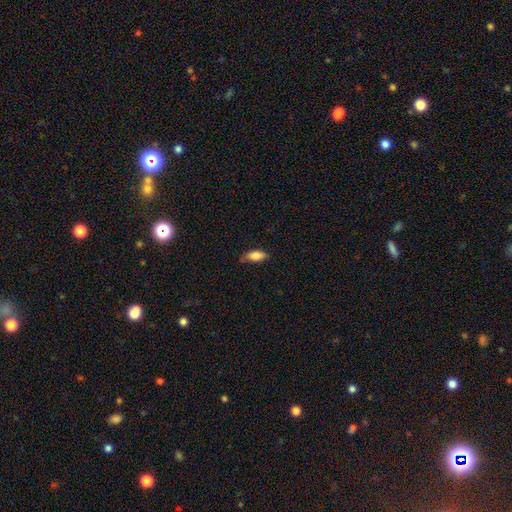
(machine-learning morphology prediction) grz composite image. It shows a smooth galaxy with no disk features (83%) that is in between round and cigar-shaped (85%). Merging: none (73%).